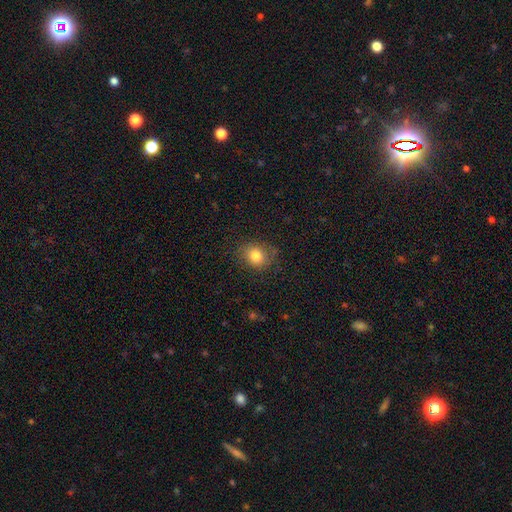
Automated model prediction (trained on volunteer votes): smooth-or-featured: smooth: 82% | star or artifact: 10% | featured or disk: 8%
  how-rounded: round: 60% | in between: 39% | cigar-shaped: 1%
  merging: none: 77% | minor disturbance: 16% | major disturbance: 5% | merger: 1%